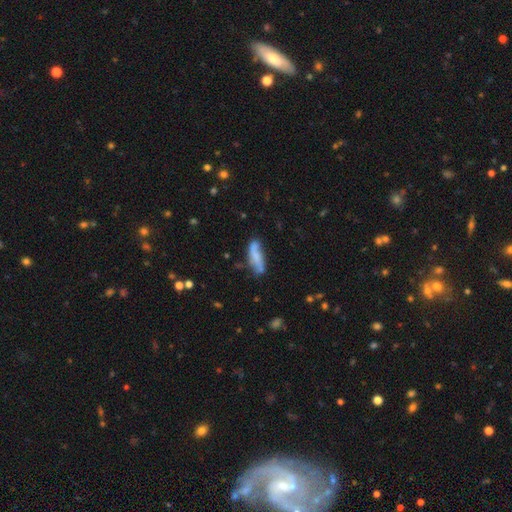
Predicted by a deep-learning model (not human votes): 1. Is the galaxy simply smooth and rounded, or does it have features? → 58% smooth, 34% featured or disk, 8% star or artifact.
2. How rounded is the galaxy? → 50% cigar-shaped, 47% in between, 2% round.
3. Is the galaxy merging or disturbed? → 57% none, 27% minor disturbance, 9% major disturbance, 6% merger.